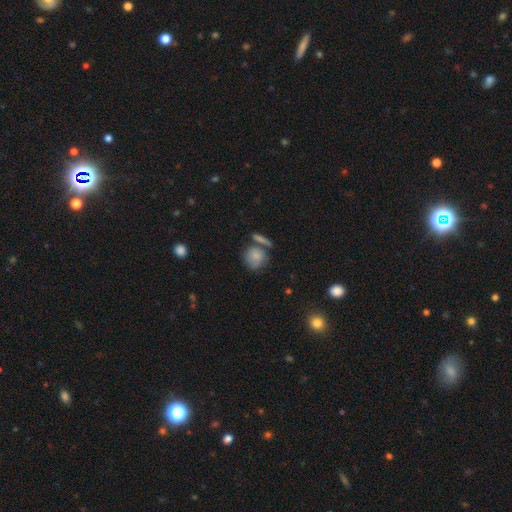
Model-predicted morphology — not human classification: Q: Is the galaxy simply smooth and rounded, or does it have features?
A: smooth — 77%.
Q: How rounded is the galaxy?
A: round — 77%.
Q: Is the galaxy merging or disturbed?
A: none — 53%.